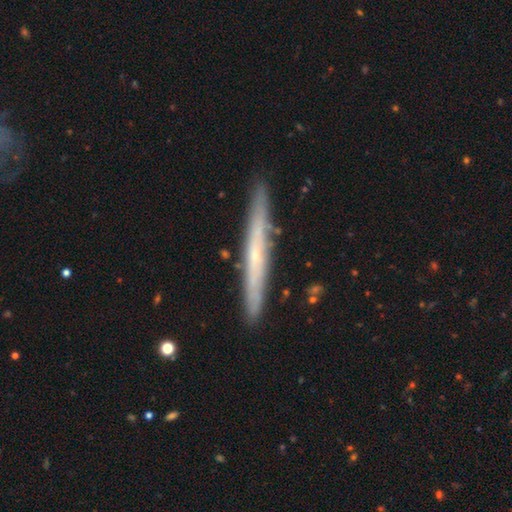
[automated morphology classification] A featured or disk galaxy (61%) viewed edge-on (93%) with no central bulge (68%). Merging: none (88%).